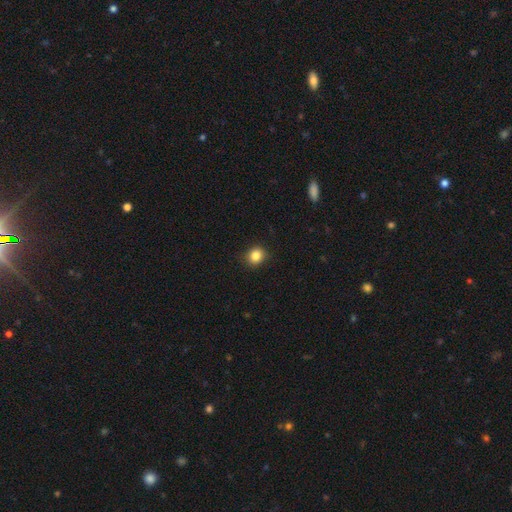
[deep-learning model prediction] Overall: smooth (85%). How rounded: round (79%). Merging: none (88%).